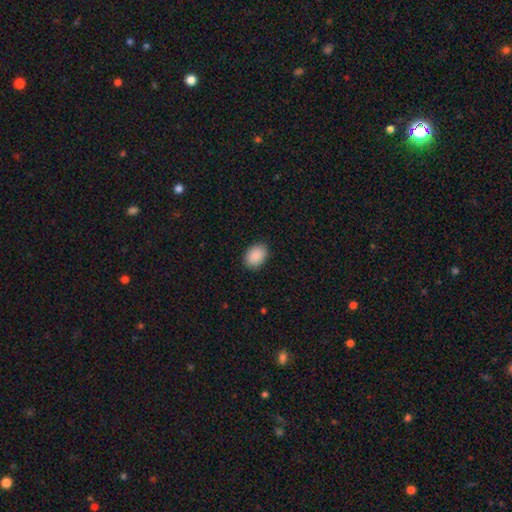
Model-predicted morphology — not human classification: This appears to be a smooth galaxy with no disk features (90%) that is in between round and cigar-shaped (77%). Merging: none (89%).